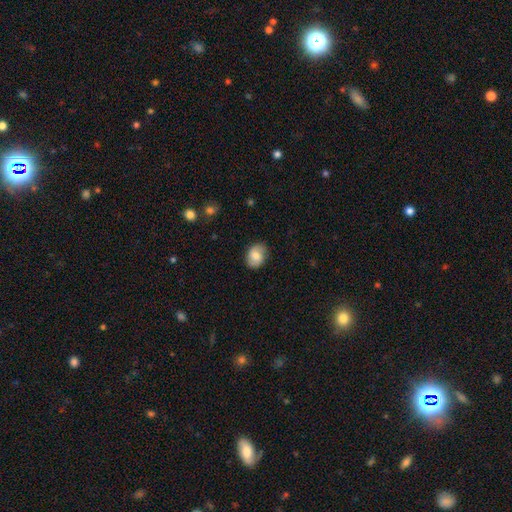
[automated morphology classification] type=smooth (73%); roundness=in between (65%); merging=none (82%).